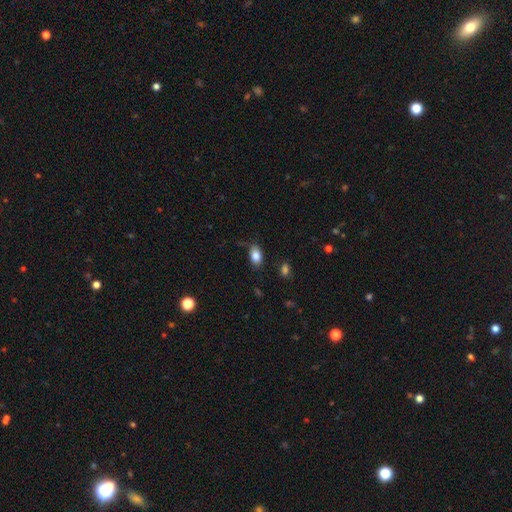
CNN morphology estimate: smooth-or-featured: smooth: 85% | star or artifact: 8% | featured or disk: 7%
  how-rounded: in between: 89% | round: 9% | cigar-shaped: 2%
  merging: none: 78% | minor disturbance: 16% | major disturbance: 3% | merger: 2%